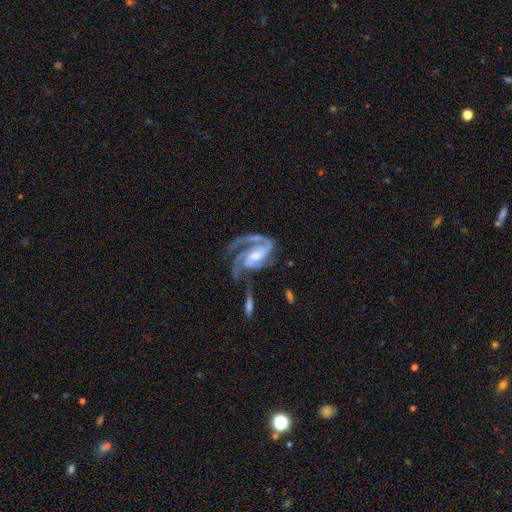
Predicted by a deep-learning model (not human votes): A featured or disk galaxy (92%) with a weak bar (45%), 2 (50%) medium (48%) spiral arms (98%) and a moderate central bulge (53%).

Vote fractions:
- Smooth or featured? featured or disk: 92% / smooth: 4% / star or artifact: 4%
- Edge-on disk? no: 98% / yes: 2%
- Bar? weak: 45% / no: 31% / strong: 24%
- Spiral arms? yes: 98% / no: 2%
- Spiral winding? medium: 48% / tight: 40% / loose: 12%
- Spiral arm count? 2: 50% / 3: 27% / 1: 9% / can't tell: 6% / 4: 4% / more than 4: 3%
- Bulge size? moderate: 53% / small: 29% / large: 11% / none: 6% / dominant: 2%
- Merging? none: 40% / major disturbance: 30% / minor disturbance: 19% / merger: 11%